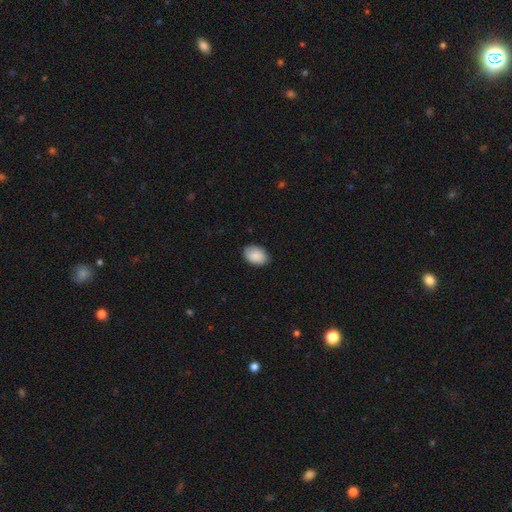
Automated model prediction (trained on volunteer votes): Morphology: type=smooth (89%); roundness=in between (87%); merging=none (84%).